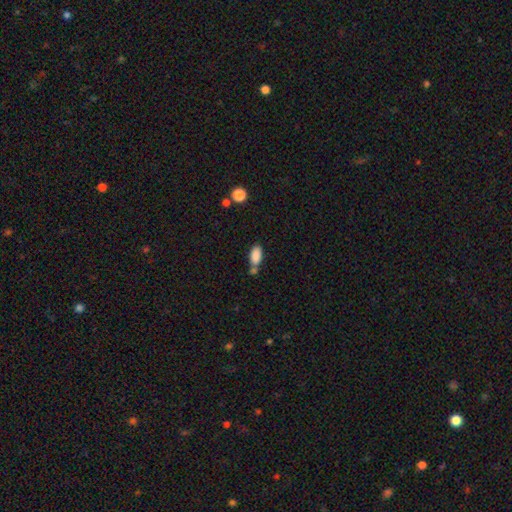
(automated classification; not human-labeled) The model was most divided on "merging": none: 48%, merger: 30%, minor disturbance: 17%, major disturbance: 5%. More confident: how rounded — in between (92%); smooth or featured — smooth (86%).